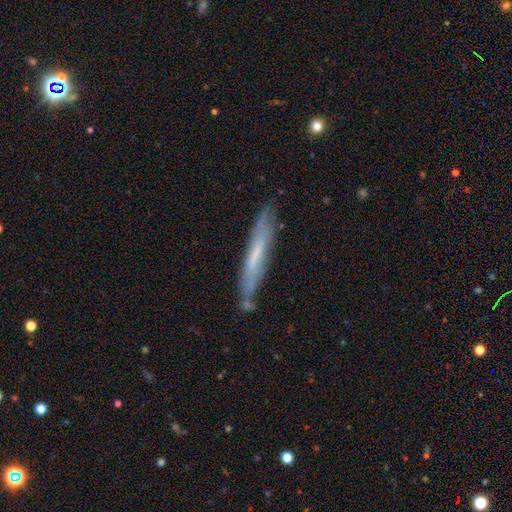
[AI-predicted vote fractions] featured or disk 51%, smooth 42%, star or artifact 7%. Down the decision tree: edge-on disk — yes (76%); merging — none (77%).